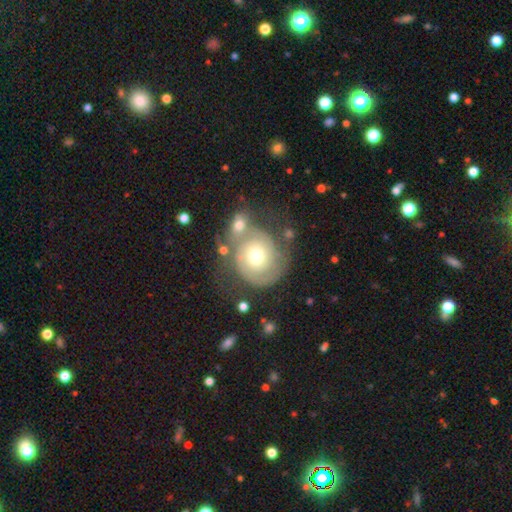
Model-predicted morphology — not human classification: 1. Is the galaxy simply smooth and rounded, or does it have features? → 73% featured or disk, 21% smooth, 6% star or artifact.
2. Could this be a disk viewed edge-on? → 98% no, 2% yes.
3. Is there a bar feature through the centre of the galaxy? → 80% no, 17% weak, 3% strong.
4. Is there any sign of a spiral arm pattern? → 88% yes, 12% no.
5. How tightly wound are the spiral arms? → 65% tight, 26% medium, 9% loose.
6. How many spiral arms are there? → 59% 2, 21% can't tell, 10% 1, 6% 3, 2% 4, 2% more than 4.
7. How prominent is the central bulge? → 69% moderate, 19% small, 9% large, 1% dominant, 1% none.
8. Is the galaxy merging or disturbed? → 47% none, 24% merger, 16% minor disturbance, 12% major disturbance.